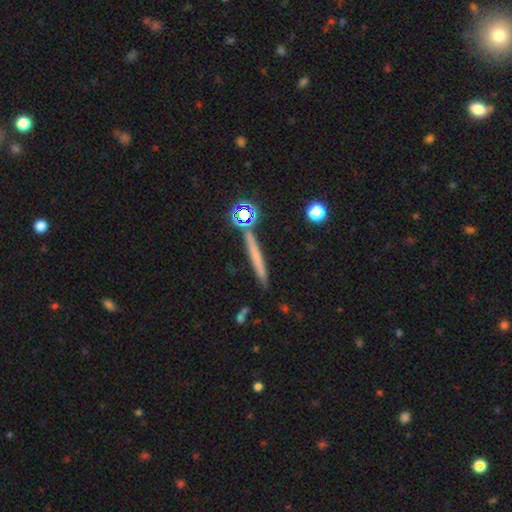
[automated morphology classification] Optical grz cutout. It shows a smooth galaxy with no disk features (54%) that is cigar-shaped (92%). Merging: none (84%).